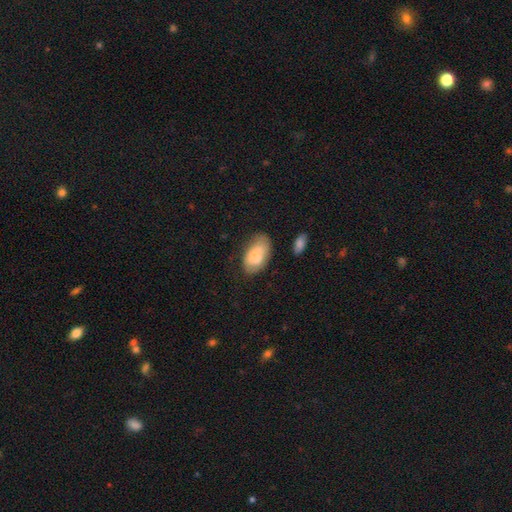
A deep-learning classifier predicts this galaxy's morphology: The model was most divided on "merging": none: 53%, minor disturbance: 29%, major disturbance: 10%, merger: 8%. More confident: how rounded — in between (94%); smooth or featured — smooth (72%).